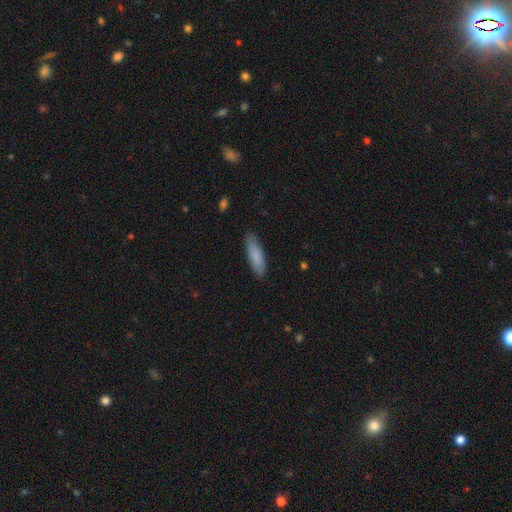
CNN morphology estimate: The model was most divided on "how rounded": cigar-shaped: 55%, in between: 43%, round: 1%. More confident: merging — none (85%); smooth or featured — smooth (84%).